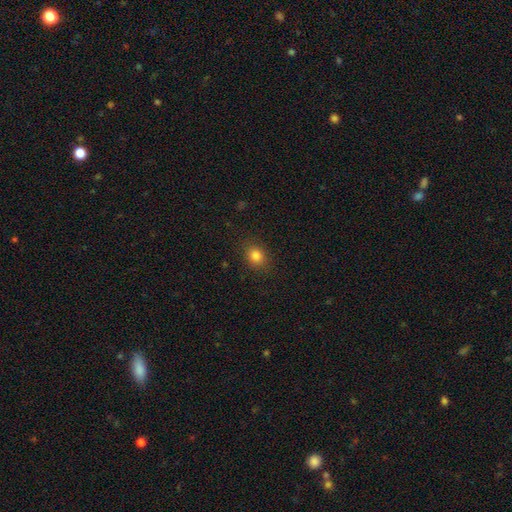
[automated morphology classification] smooth 82%, star or artifact 12%, featured or disk 6%. Down the decision tree: how rounded — round (58%); merging — none (87%).